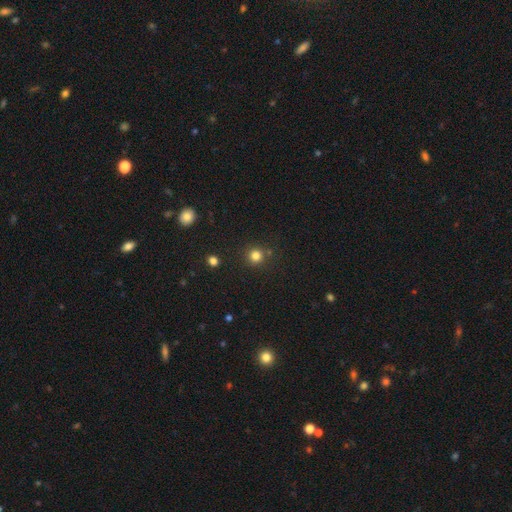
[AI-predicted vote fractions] This is clearly a smooth galaxy (81%). How rounded: clearly round (93%). Merging: clearly none (85%).